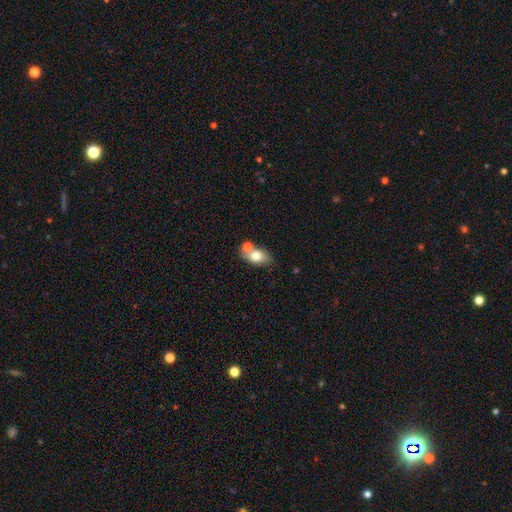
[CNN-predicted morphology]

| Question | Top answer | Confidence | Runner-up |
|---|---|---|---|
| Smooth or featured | smooth | 73% | featured or disk (19%) |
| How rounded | in between | 81% | round (17%) |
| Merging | none | 52% | merger (30%) |